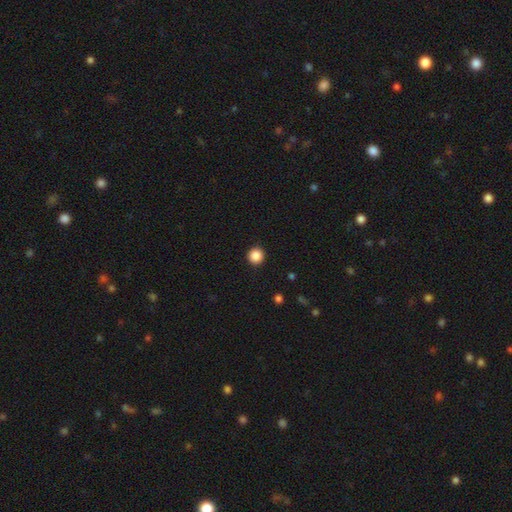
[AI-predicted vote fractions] Smooth or featured? Predicted: smooth (p=0.87). How rounded? Predicted: round (p=0.96). Merging? Predicted: none (p=0.93).